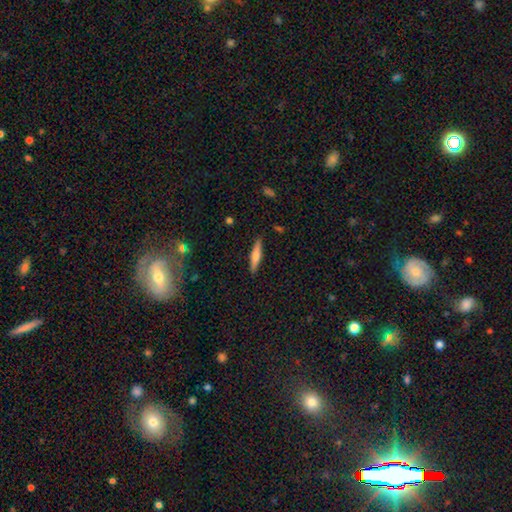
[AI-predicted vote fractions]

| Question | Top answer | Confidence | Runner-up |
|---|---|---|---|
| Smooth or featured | smooth | 59% | featured or disk (35%) |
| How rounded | cigar-shaped | 84% | in between (14%) |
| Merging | none | 89% | minor disturbance (8%) |